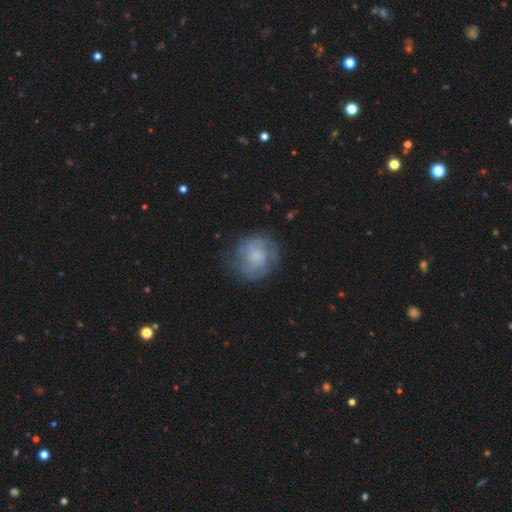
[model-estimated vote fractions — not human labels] The model was most divided on "smooth or featured": featured or disk: 50%, smooth: 41%, star or artifact: 9%. More confident: edge-on disk — no (98%); merging — none (70%).